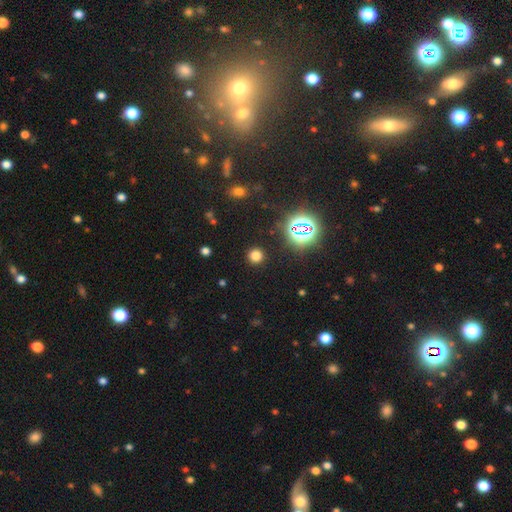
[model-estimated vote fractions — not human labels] This is likely a smooth galaxy (72%). How rounded: clearly round (93%). Merging: clearly none (91%).